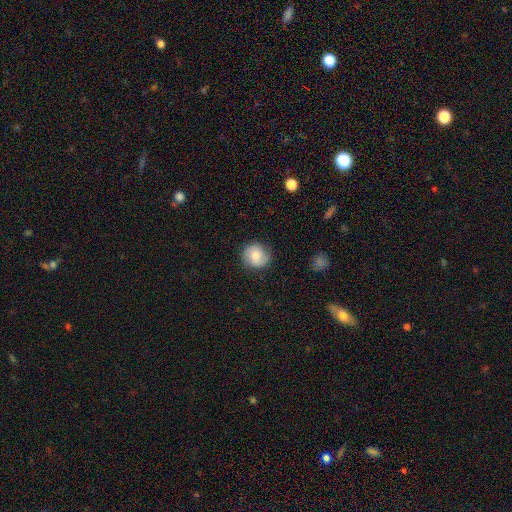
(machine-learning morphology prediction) A smooth galaxy with no disk features (65%) that is round (90%). Merging: none (82%).